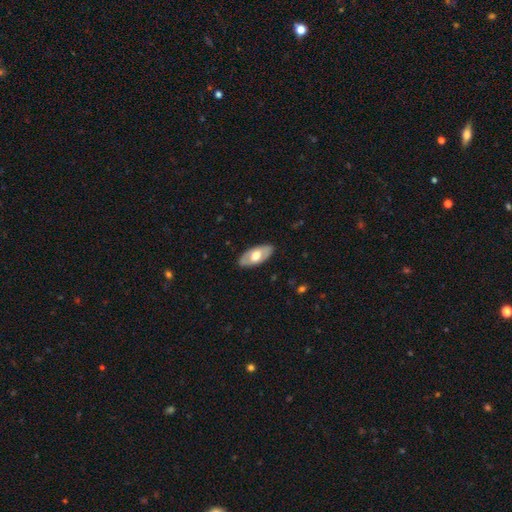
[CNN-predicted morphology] Overall: smooth (52%; featured or disk 43%). How rounded: in between (92%). Merging: none (85%).